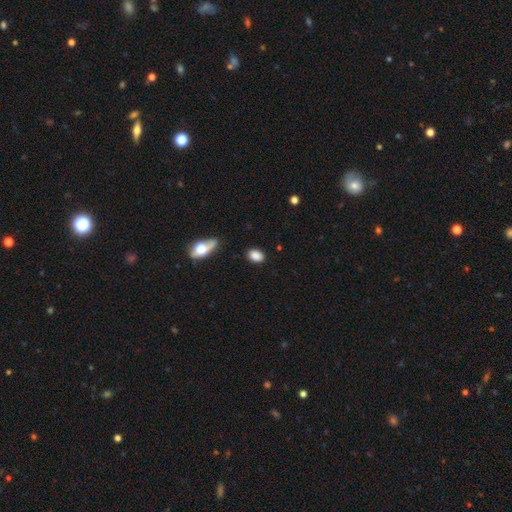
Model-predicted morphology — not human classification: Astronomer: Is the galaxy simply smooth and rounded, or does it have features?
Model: smooth — 86%.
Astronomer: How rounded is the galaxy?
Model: in between — 82%.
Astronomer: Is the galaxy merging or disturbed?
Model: none — 83%.